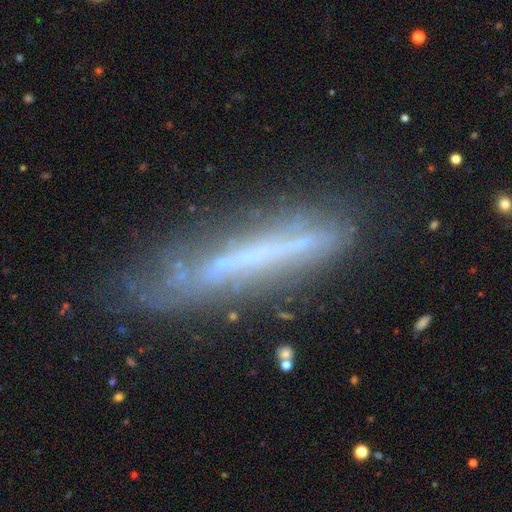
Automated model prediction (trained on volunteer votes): Q: Smooth or featured?
A: featured or disk (60%); runner-up: smooth (29%)
Q: Edge-on disk?
A: yes (75%); runner-up: no (25%)
Q: Merging?
A: none (64%); runner-up: minor disturbance (23%)